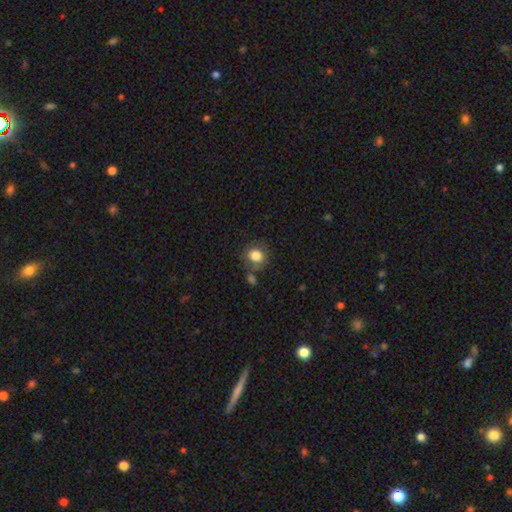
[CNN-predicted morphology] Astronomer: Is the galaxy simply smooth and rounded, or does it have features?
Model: smooth — 81%.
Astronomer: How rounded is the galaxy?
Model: round — 76%.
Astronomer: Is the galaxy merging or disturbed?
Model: none — 65%.